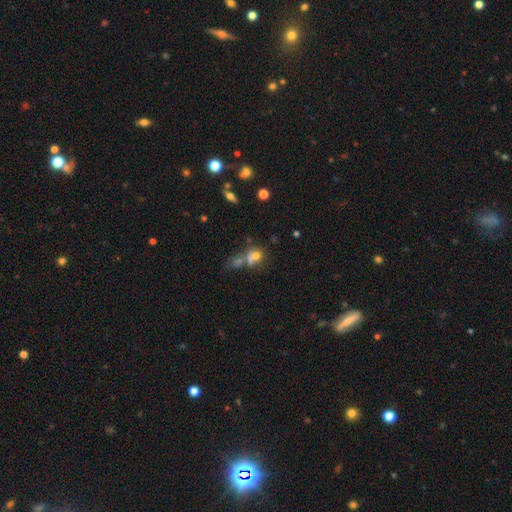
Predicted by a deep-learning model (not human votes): Overall: smooth (64%). How rounded: round (59%; in between 38%). Merging: merger (51%; none 30%).